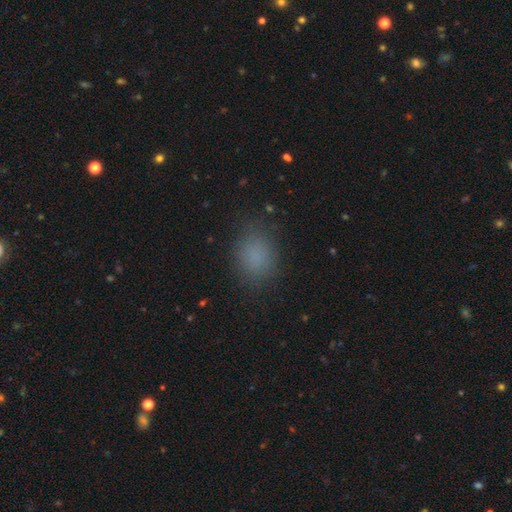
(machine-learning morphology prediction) Smooth or featured?
  - smooth: 81% *
  - star or artifact: 14%
  - featured or disk: 5%
How rounded?
  - in between: 55% *
  - round: 44%
  - cigar-shaped: 1%
Merging?
  - none: 81% *
  - minor disturbance: 13%
  - major disturbance: 5%
  - merger: 1%